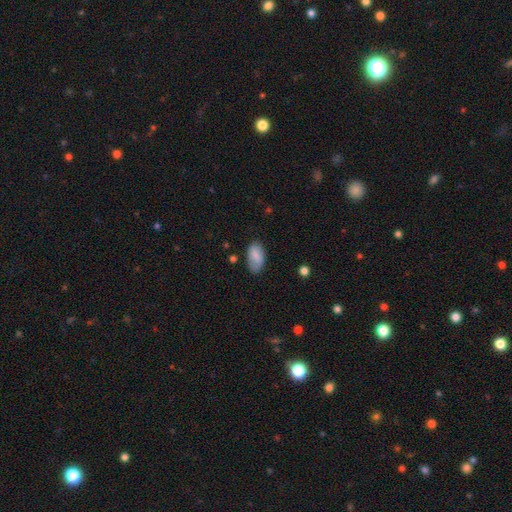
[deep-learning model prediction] Morphology: type=smooth (81%); roundness=in between (94%); merging=none (72%).